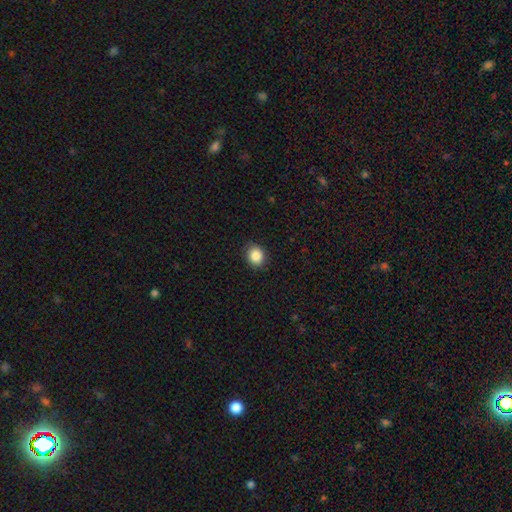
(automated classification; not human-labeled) Overall: smooth (87%). How rounded: round (72%). Merging: none (87%).